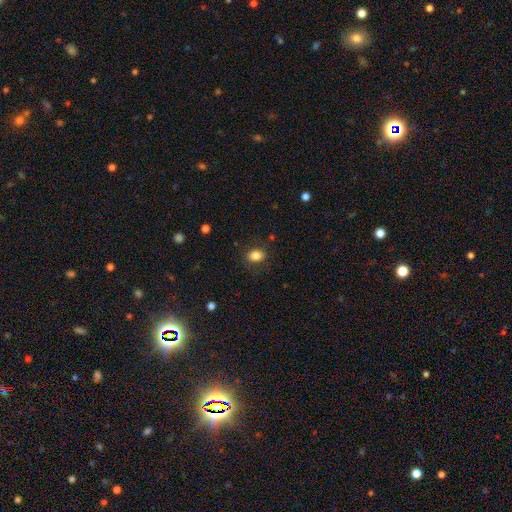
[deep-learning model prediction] A smooth galaxy with no disk features (84%) that is in between round and cigar-shaped (65%). Merging: none (83%).